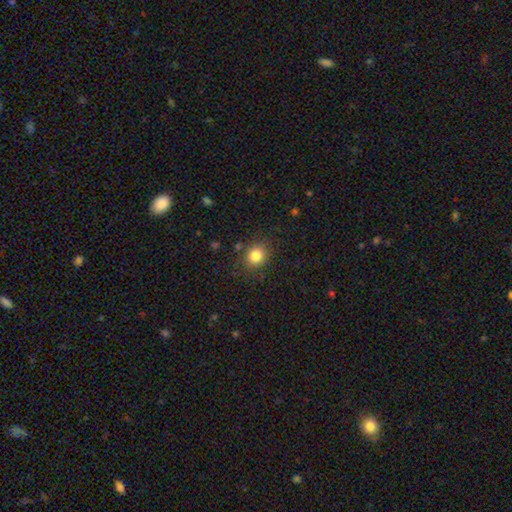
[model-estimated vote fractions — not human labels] Smooth or featured: smooth — 83% (star or artifact — 11%)
How rounded: round — 68% (in between — 31%)
Merging: none — 84% (minor disturbance — 11%)